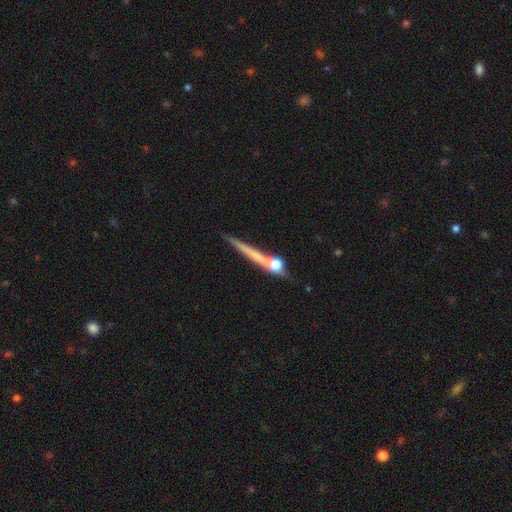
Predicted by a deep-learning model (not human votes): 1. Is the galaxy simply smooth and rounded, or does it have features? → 49% featured or disk, 41% smooth, 10% star or artifact.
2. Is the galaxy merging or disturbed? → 66% none, 16% merger, 12% minor disturbance, 5% major disturbance.